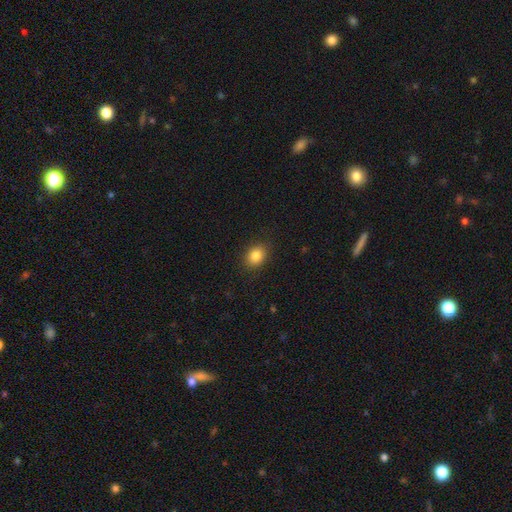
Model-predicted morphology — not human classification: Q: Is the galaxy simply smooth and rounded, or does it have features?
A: smooth — 84%.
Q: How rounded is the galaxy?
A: in between — 50%.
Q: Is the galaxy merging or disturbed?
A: none — 88%.